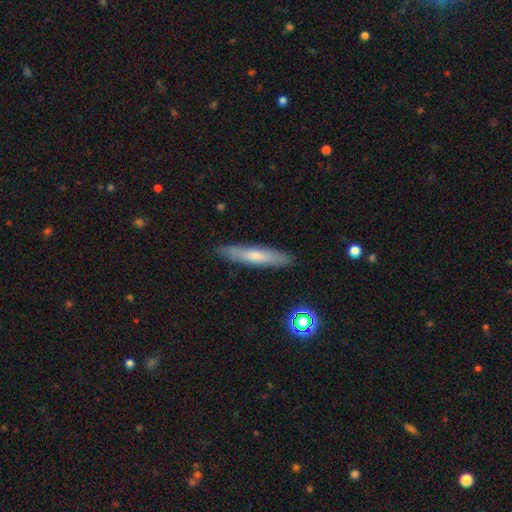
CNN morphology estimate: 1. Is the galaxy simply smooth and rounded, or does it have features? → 63% smooth, 30% featured or disk, 7% star or artifact.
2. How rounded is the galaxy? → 89% cigar-shaped, 10% in between, 1% round.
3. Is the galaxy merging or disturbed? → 88% none, 9% minor disturbance, 2% major disturbance, 1% merger.